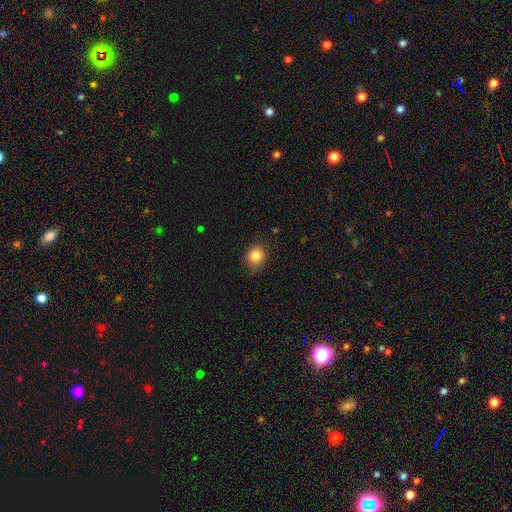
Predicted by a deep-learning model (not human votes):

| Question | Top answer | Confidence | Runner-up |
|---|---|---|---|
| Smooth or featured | smooth | 84% | star or artifact (10%) |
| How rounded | round | 75% | in between (24%) |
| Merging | none | 76% | minor disturbance (19%) |